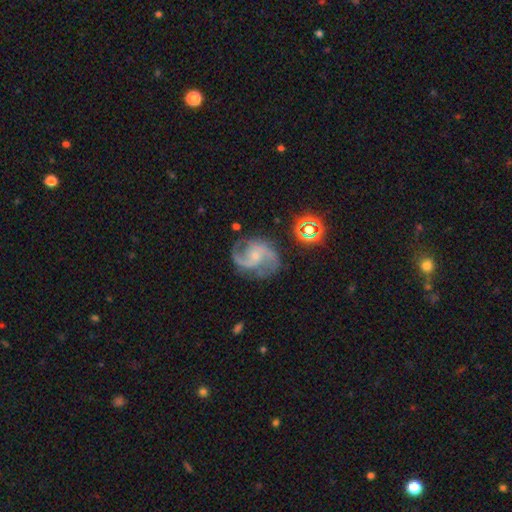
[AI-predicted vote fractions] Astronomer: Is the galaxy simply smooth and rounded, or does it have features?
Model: featured or disk — 88%.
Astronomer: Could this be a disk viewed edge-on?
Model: no — 98%.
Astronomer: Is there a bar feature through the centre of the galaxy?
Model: no — 55% (runner-up: weak, 37%).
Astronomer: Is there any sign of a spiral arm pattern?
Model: yes — 97%.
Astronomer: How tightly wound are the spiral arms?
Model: medium — 57%.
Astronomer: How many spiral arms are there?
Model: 2 — 87%.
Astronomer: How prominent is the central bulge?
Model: small — 68%.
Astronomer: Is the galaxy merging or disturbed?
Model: none — 72%.